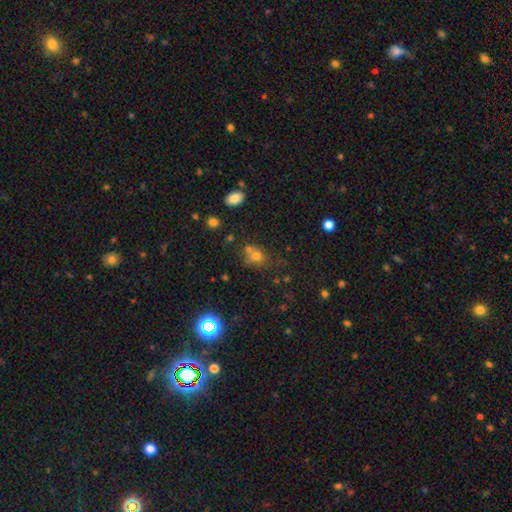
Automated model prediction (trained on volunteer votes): smooth-or-featured: smooth: 65% | star or artifact: 23% | featured or disk: 12%
  how-rounded: round: 63% | in between: 36% | cigar-shaped: 1%
  merging: none: 54% | merger: 26% | minor disturbance: 14% | major disturbance: 6%